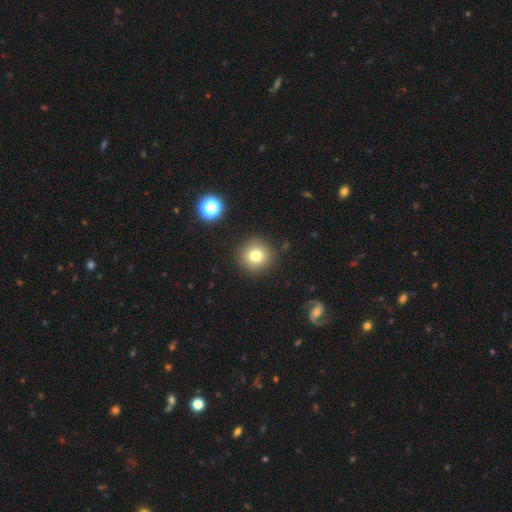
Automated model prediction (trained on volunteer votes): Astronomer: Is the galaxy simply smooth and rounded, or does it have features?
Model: smooth — 78%.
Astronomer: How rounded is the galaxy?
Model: round — 94%.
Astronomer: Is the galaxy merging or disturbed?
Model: none — 89%.